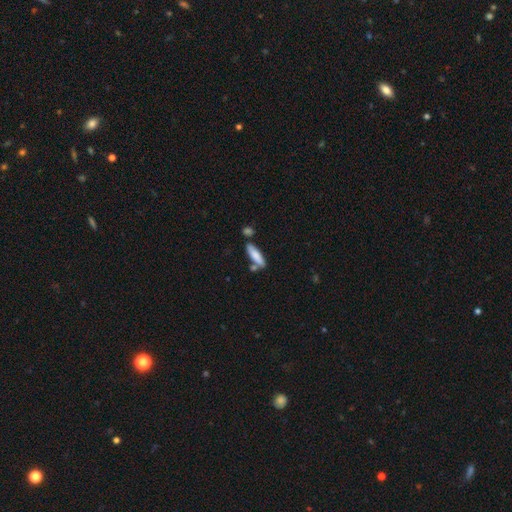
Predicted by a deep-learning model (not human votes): Smooth or featured? Predicted: smooth (p=0.77). How rounded? Predicted: cigar-shaped (p=0.58). Merging? Predicted: none (p=0.64).